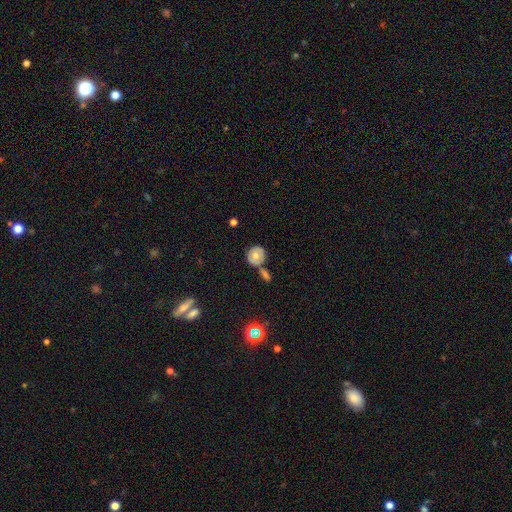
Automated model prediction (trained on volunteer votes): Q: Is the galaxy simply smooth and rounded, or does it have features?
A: smooth — 58%.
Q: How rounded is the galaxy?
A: round — 86%.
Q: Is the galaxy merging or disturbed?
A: none — 66%.